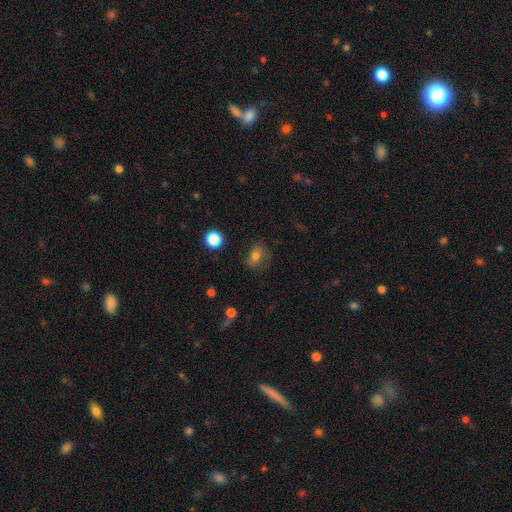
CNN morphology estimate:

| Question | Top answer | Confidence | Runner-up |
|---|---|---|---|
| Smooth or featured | smooth | 70% | featured or disk (16%) |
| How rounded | in between | 63% | round (35%) |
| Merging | none | 64% | minor disturbance (22%) |